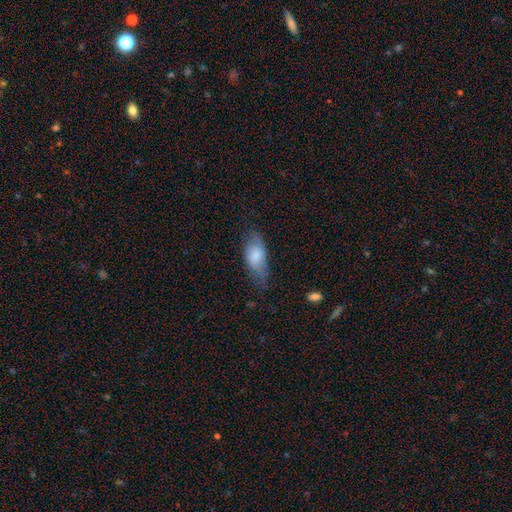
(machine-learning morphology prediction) smooth 68%, featured or disk 24%, star or artifact 7%. Down the decision tree: how rounded — in between (83%); merging — none (50%).